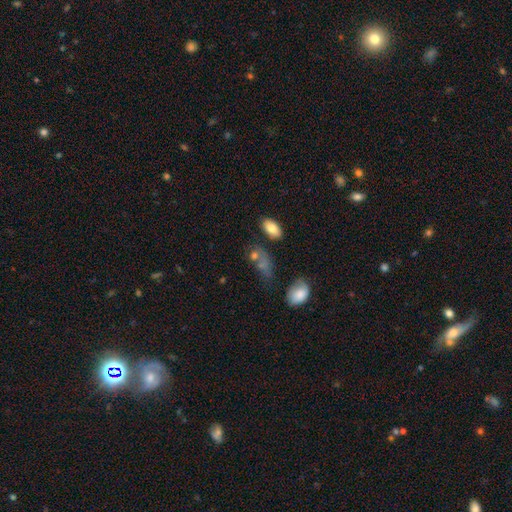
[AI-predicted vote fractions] Morphology: type=smooth (68%); roundness=in between (76%); merging=none (55%).